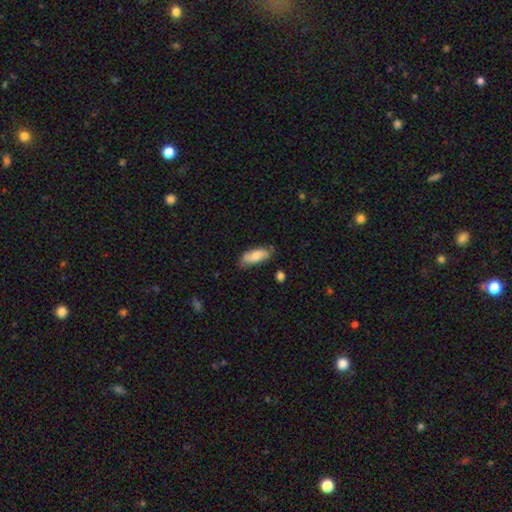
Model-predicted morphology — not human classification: A smooth galaxy with no disk features (79%) that is in between round and cigar-shaped (75%).

Vote fractions:
- Smooth or featured? smooth: 79% / featured or disk: 15% / star or artifact: 6%
- How rounded? in between: 75% / cigar-shaped: 23% / round: 2%
- Merging? none: 70% / minor disturbance: 23% / major disturbance: 5% / merger: 3%